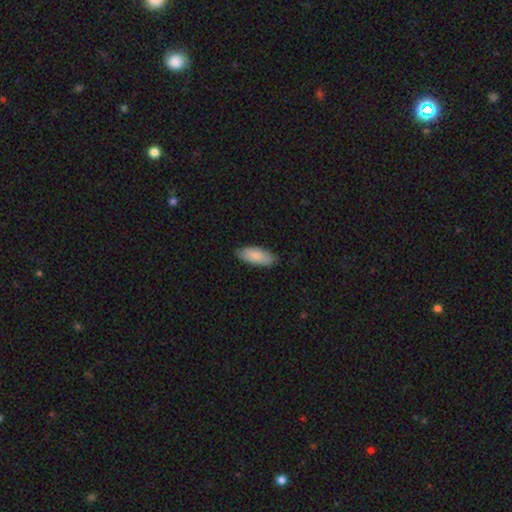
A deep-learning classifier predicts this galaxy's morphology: type=smooth (86%); roundness=in between (82%); merging=none (81%).